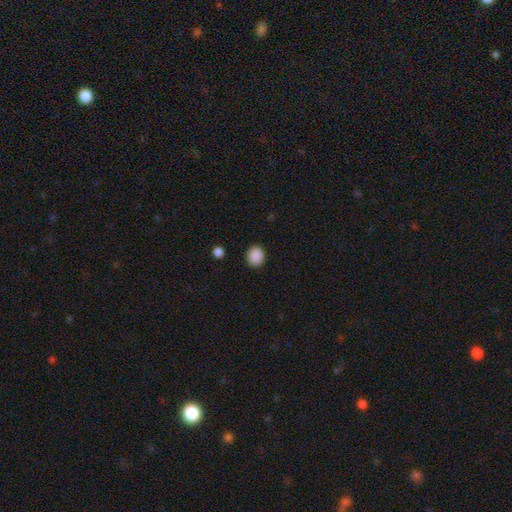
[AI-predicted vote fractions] A smooth galaxy with no disk features (89%) that is round (70%).

Vote fractions:
- Smooth or featured? smooth: 89% / star or artifact: 9% / featured or disk: 2%
- How rounded? round: 70% / in between: 29% / cigar-shaped: 1%
- Merging? none: 90% / minor disturbance: 7% / major disturbance: 2% / merger: 1%